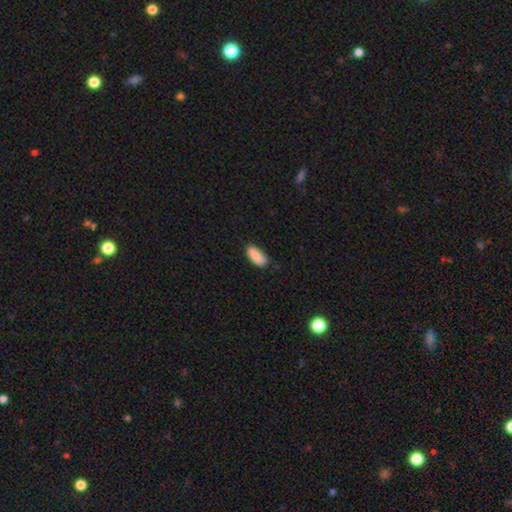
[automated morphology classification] smooth 87%, star or artifact 7%, featured or disk 6%. Down the decision tree: how rounded — in between (86%); merging — none (72%).